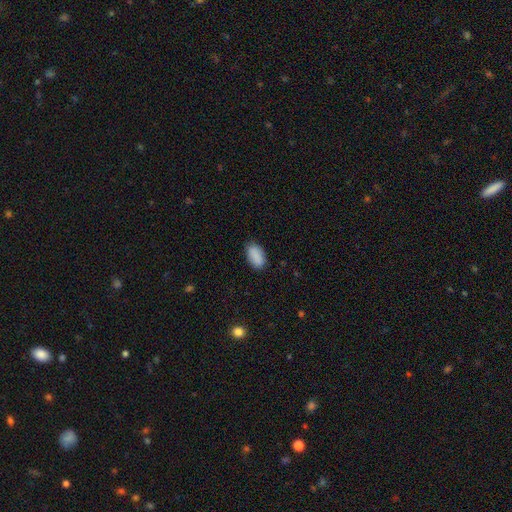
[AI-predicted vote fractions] Q: Smooth or featured?
A: smooth (89%); runner-up: star or artifact (7%)
Q: How rounded?
A: in between (94%); runner-up: round (4%)
Q: Merging?
A: none (82%); runner-up: minor disturbance (14%)